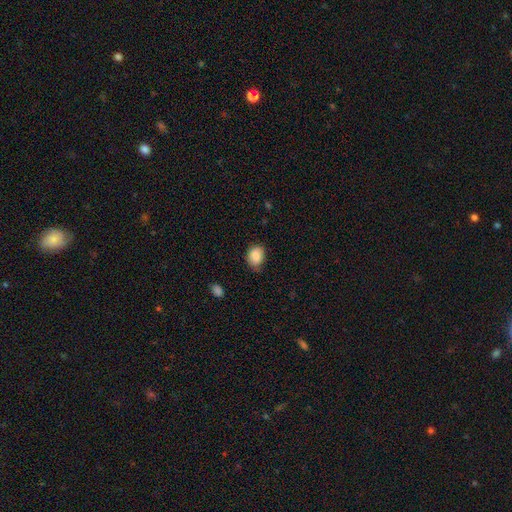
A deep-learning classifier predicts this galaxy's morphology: The model was most divided on "how rounded": in between: 60%, round: 39%, cigar-shaped: 1%. More confident: smooth or featured — smooth (86%); merging — none (71%).